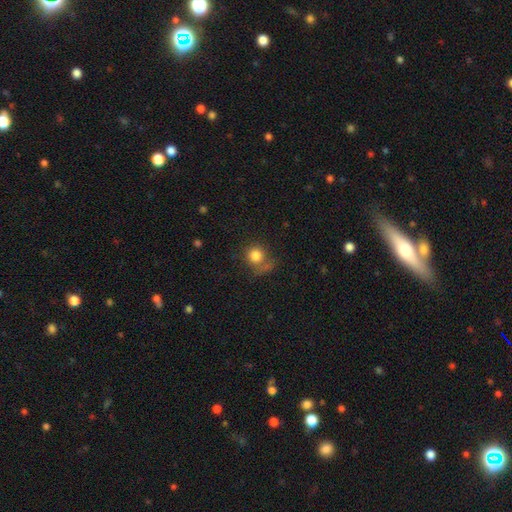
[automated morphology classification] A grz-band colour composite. It shows a smooth galaxy with no disk features (80%) that is round (88%). Merging: none (57%).